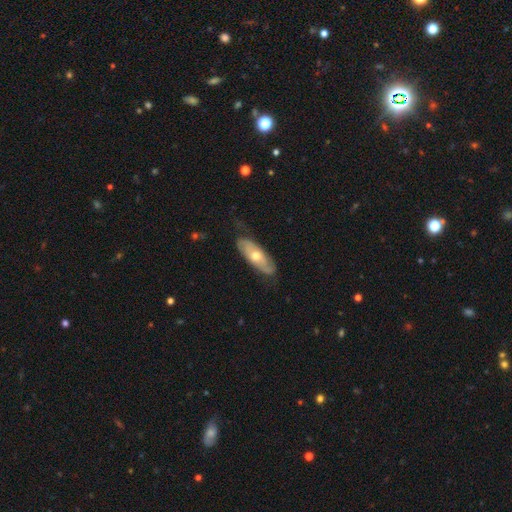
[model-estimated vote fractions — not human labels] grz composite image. It shows a featured or disk galaxy (52%). Merging: none (72%).